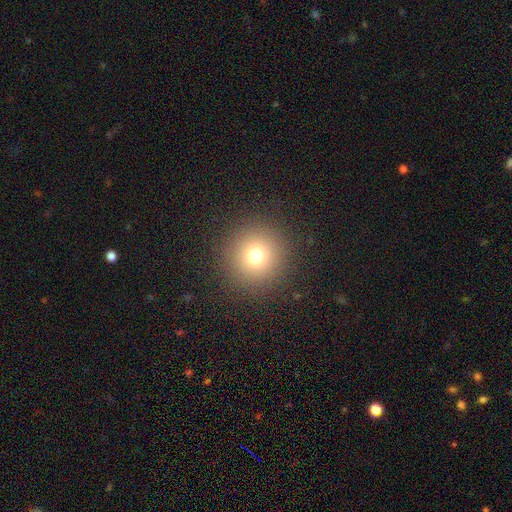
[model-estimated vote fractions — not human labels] Smooth or featured: smooth — 74% (star or artifact — 16%)
How rounded: round — 95% (in between — 4%)
Merging: none — 90% (minor disturbance — 6%)